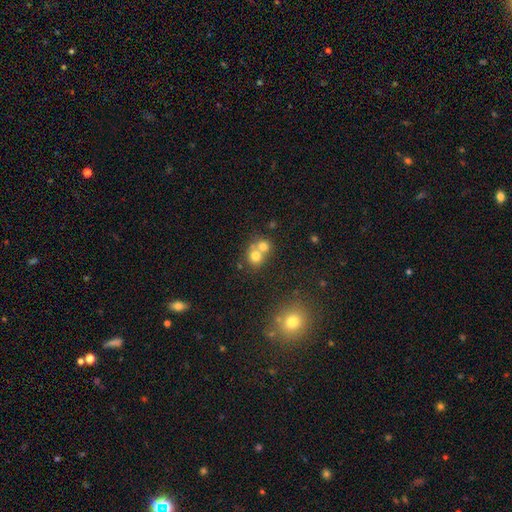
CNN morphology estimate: smooth_or_featured: smooth (p=0.72) [alt: featured or disk p=0.16]
how_rounded: round (p=0.79) [alt: in between p=0.20]
merging: merger (p=0.60) [alt: none p=0.32]